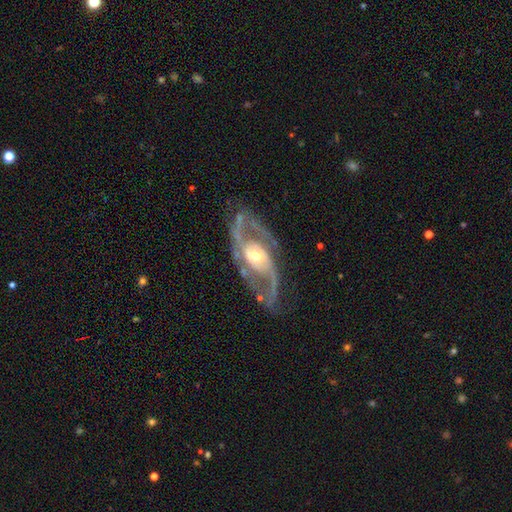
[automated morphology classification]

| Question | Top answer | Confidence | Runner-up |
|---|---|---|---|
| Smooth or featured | featured or disk | 90% | smooth (6%) |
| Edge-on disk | no | 95% | yes (5%) |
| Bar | no | 55% | weak (30%) |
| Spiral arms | yes | 93% | no (7%) |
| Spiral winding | medium | 49% | loose (30%) |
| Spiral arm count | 2 | 88% | can't tell (4%) |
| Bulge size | moderate | 67% | small (23%) |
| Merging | none | 71% | minor disturbance (16%) |